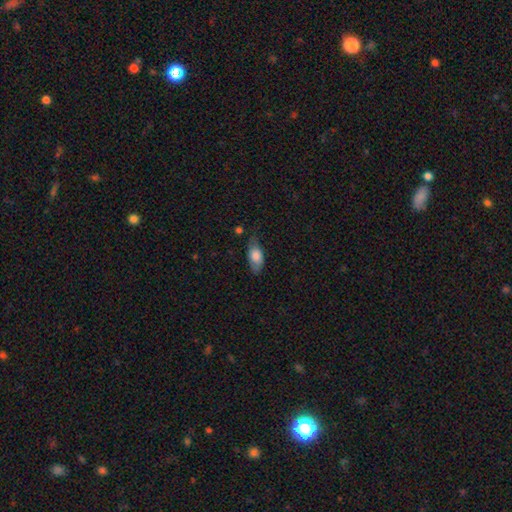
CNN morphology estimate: type=smooth (77%); roundness=in between (87%); merging=none (58%).